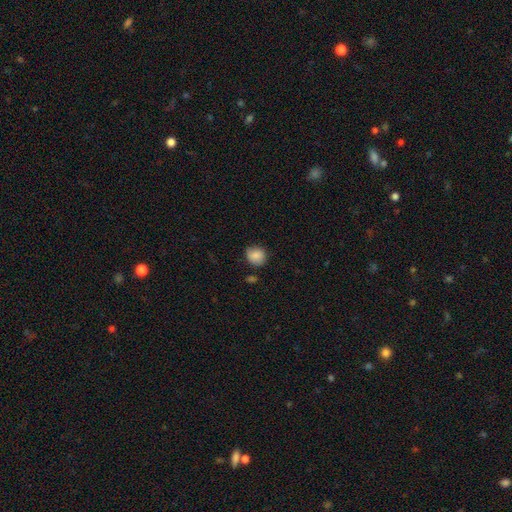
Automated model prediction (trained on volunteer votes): This appears to be a smooth galaxy with no disk features (85%) that is round (78%). Merging: none (77%).